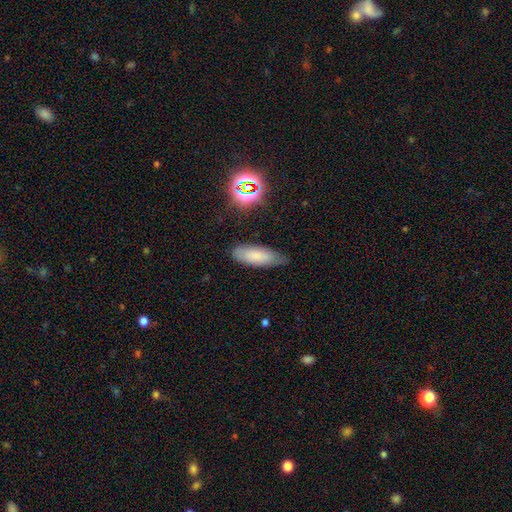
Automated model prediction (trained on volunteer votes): Morphology: type=smooth (73%); roundness=in between (68%); merging=none (71%).